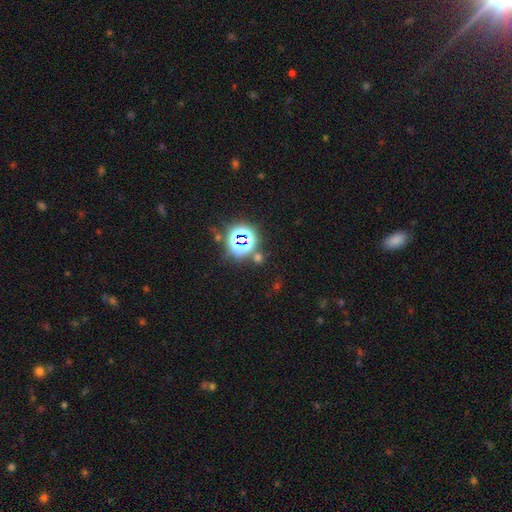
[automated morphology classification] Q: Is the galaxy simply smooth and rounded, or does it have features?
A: star or artifact — 72%.